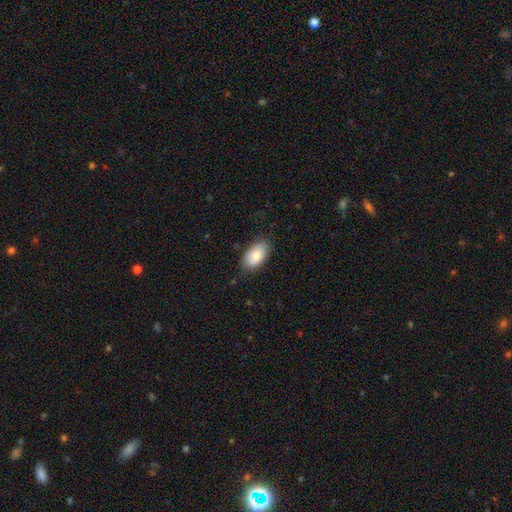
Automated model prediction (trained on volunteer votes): Smooth or featured? Predicted: smooth (p=0.82). How rounded? Predicted: in between (p=0.94). Merging? Predicted: none (p=0.79).